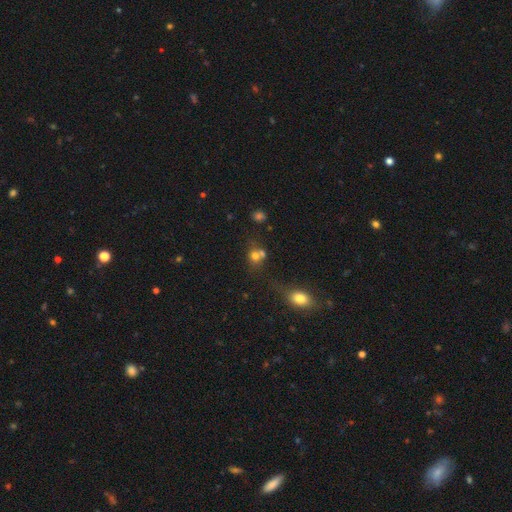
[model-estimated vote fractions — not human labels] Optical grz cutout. It shows a smooth galaxy with no disk features (71%) that is round (76%). Merging: none (44%).